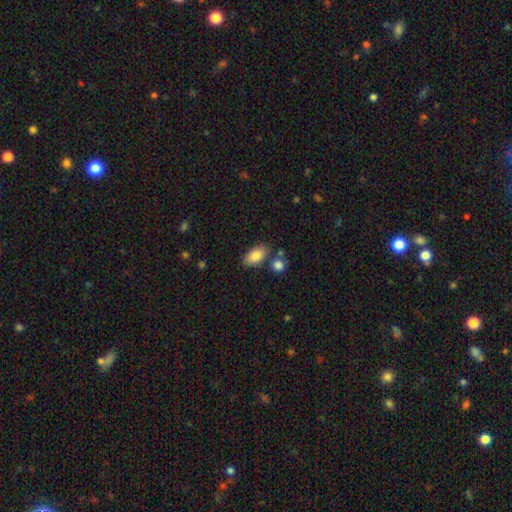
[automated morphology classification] Overall: smooth (85%). How rounded: in between (92%). Merging: none (74%).